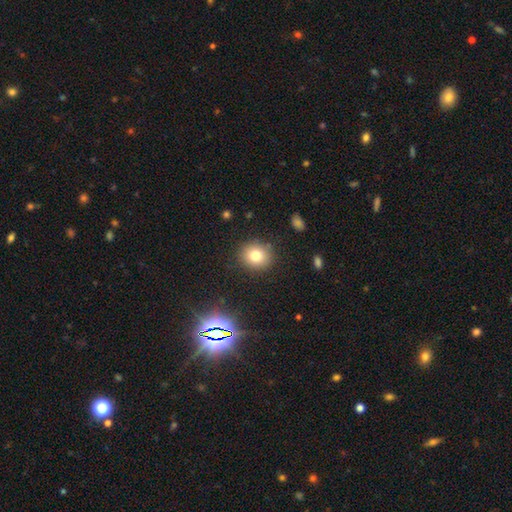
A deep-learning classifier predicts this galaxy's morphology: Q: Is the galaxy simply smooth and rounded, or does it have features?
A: smooth — 78%.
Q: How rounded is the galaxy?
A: round — 77%.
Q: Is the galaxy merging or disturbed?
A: none — 86%.